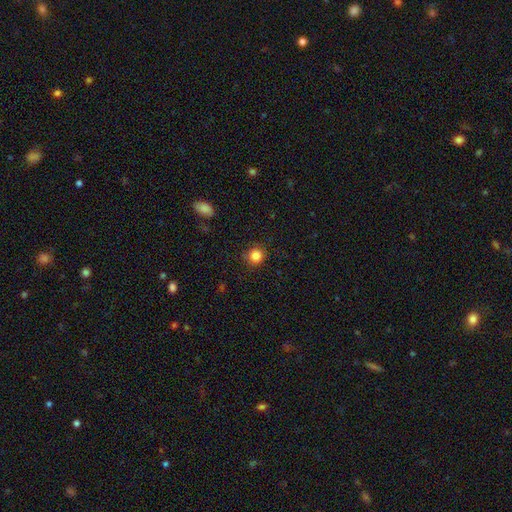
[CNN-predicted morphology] This appears to be a smooth galaxy with no disk features (85%) that is round (91%). Merging: none (86%).